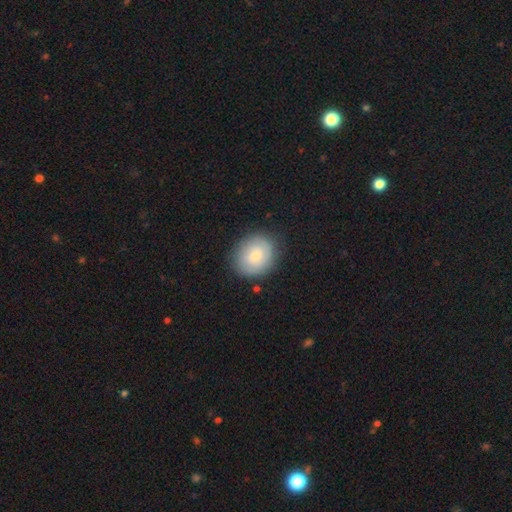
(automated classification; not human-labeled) Q: Smooth or featured?
A: smooth (55%); runner-up: featured or disk (38%)
Q: How rounded?
A: round (67%); runner-up: in between (32%)
Q: Merging?
A: none (83%); runner-up: minor disturbance (12%)